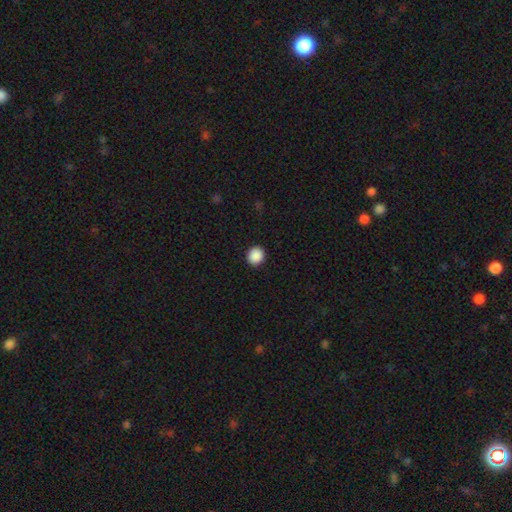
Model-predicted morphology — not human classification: Smooth or featured?
  - smooth: 89% *
  - star or artifact: 8%
  - featured or disk: 2%
How rounded?
  - round: 88% *
  - in between: 11%
  - cigar-shaped: 1%
Merging?
  - none: 93% *
  - minor disturbance: 5%
  - major disturbance: 2%
  - merger: 1%